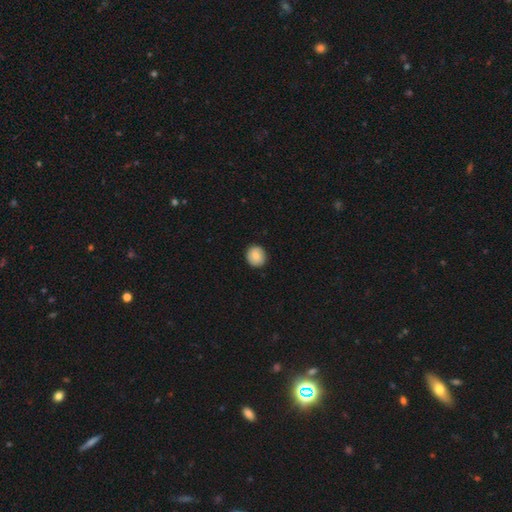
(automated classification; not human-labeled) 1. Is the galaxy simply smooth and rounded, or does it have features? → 82% smooth, 11% featured or disk, 7% star or artifact.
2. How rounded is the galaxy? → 85% round, 14% in between, 1% cigar-shaped.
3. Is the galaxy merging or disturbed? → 89% none, 9% minor disturbance, 2% major disturbance, 1% merger.